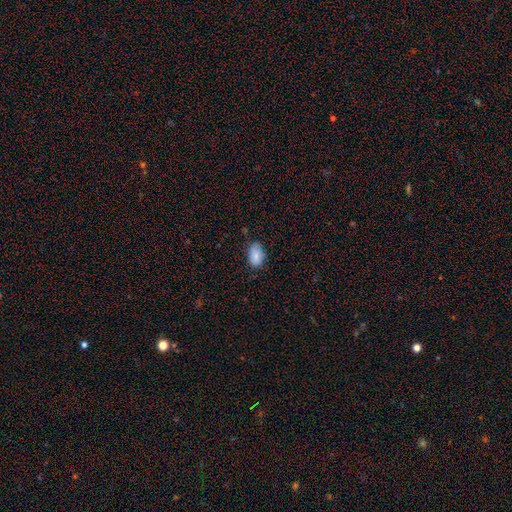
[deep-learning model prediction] Smooth or featured?
  - smooth: 87% *
  - star or artifact: 7%
  - featured or disk: 6%
How rounded?
  - in between: 91% *
  - round: 7%
  - cigar-shaped: 2%
Merging?
  - none: 68% *
  - minor disturbance: 26%
  - major disturbance: 4%
  - merger: 1%